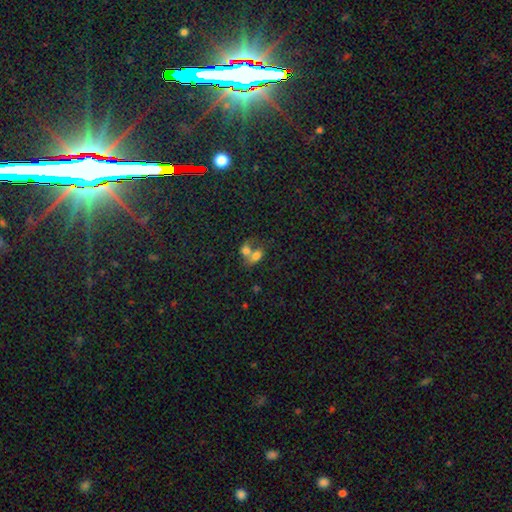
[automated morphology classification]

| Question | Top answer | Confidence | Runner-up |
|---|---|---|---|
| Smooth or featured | smooth | 65% | featured or disk (23%) |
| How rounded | in between | 69% | round (29%) |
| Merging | merger | 76% | none (13%) |